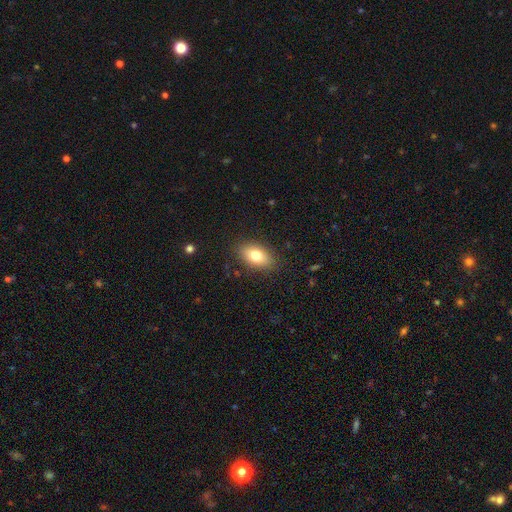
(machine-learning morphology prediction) type=smooth (77%); roundness=in between (87%); merging=none (86%).